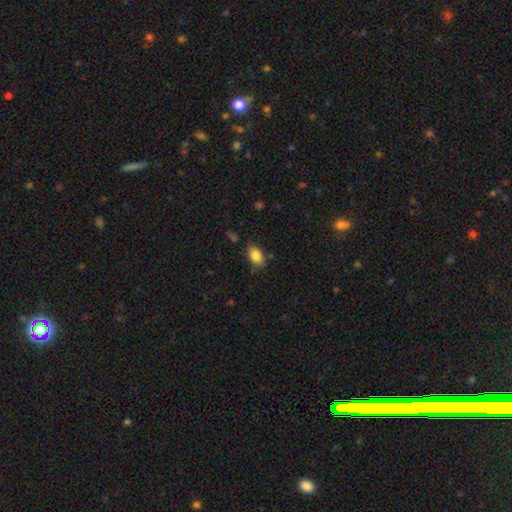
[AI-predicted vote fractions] This appears to be a smooth galaxy with no disk features (85%) that is in between round and cigar-shaped (86%). Merging: none (76%).